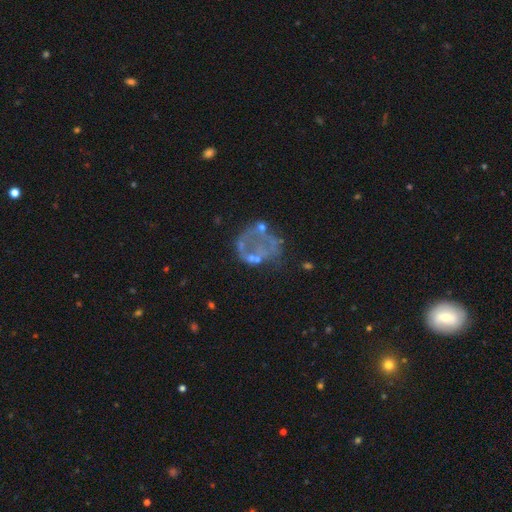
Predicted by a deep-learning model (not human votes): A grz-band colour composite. It shows a featured or disk galaxy (61%) with no bar (92%), no spiral arms (90%) and no central bulge (77%). Merging: none (40%).